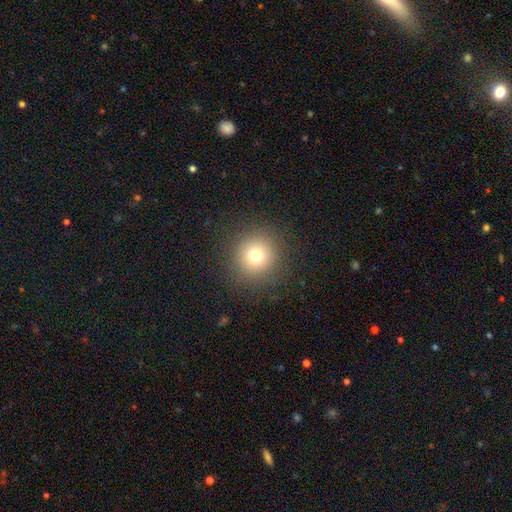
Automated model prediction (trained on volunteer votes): Smooth or featured?
  - smooth: 75% *
  - star or artifact: 15%
  - featured or disk: 10%
How rounded?
  - round: 94% *
  - in between: 5%
  - cigar-shaped: 1%
Merging?
  - none: 90% *
  - minor disturbance: 6%
  - major disturbance: 3%
  - merger: 1%